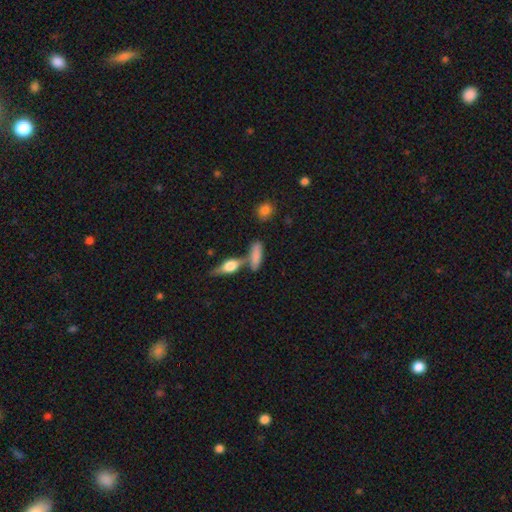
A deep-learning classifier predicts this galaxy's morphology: A smooth galaxy with no disk features (71%) that is in between round and cigar-shaped (49%). Merging: none (55%).